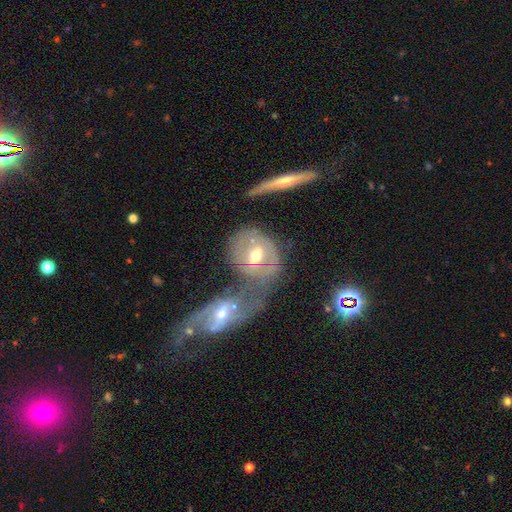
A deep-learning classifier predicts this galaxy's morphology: featured or disk 60%, smooth 32%, star or artifact 8%. Down the decision tree: edge-on disk — no (90%); bar — weak (40%); spiral arms — yes (53%); bulge size — moderate (75%); merging — merger (50%).